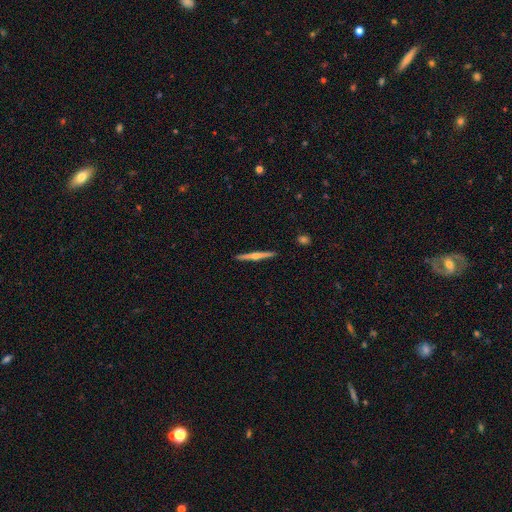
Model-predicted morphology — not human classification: type=featured or disk (70%); edge-on=yes (98%); edge-on bulge=rounded (90%); merging=none (92%).